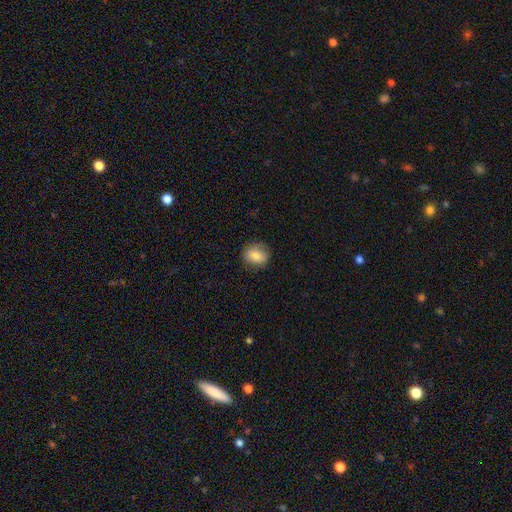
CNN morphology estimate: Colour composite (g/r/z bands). It shows a smooth galaxy with no disk features (79%) that is round (63%). Merging: none (84%).